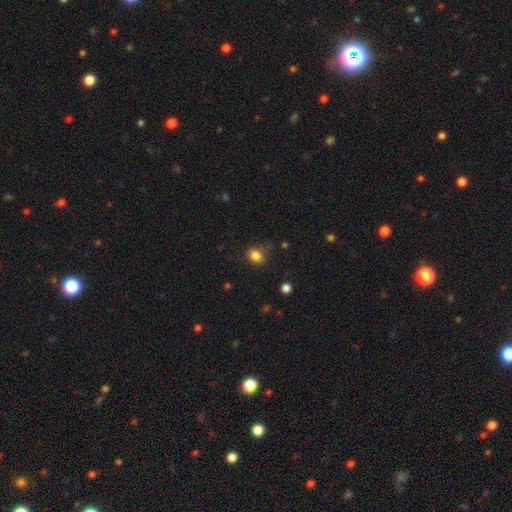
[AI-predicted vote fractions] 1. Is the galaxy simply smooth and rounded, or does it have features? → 82% smooth, 12% star or artifact, 5% featured or disk.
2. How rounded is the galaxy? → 68% round, 31% in between, 1% cigar-shaped.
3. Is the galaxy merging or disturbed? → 67% none, 23% minor disturbance, 7% major disturbance, 2% merger.